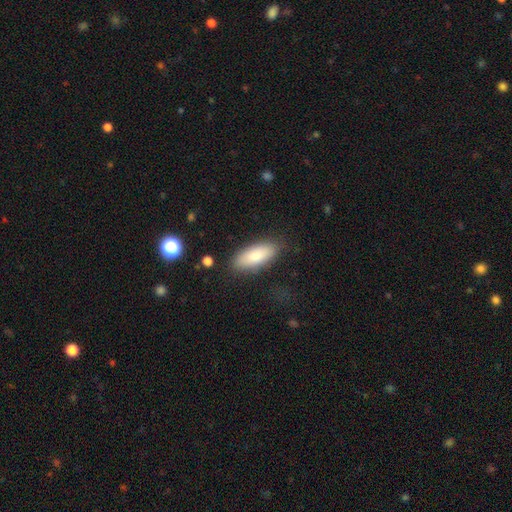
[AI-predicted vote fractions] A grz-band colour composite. It shows a smooth galaxy with no disk features (81%) that is in between round and cigar-shaped (78%). Merging: none (81%).